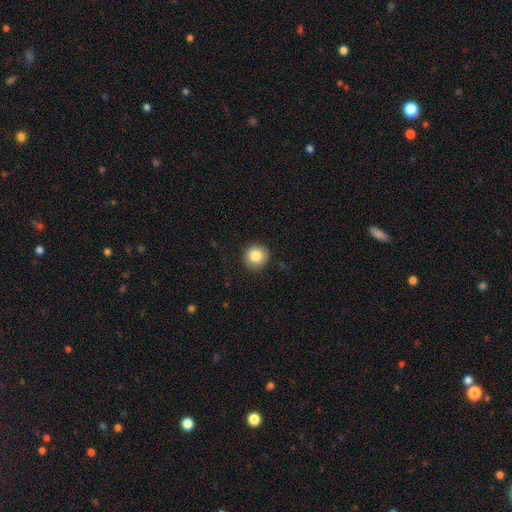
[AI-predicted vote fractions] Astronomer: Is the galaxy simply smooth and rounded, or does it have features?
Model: smooth — 85%.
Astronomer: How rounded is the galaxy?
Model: round — 94%.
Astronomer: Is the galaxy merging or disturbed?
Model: none — 89%.